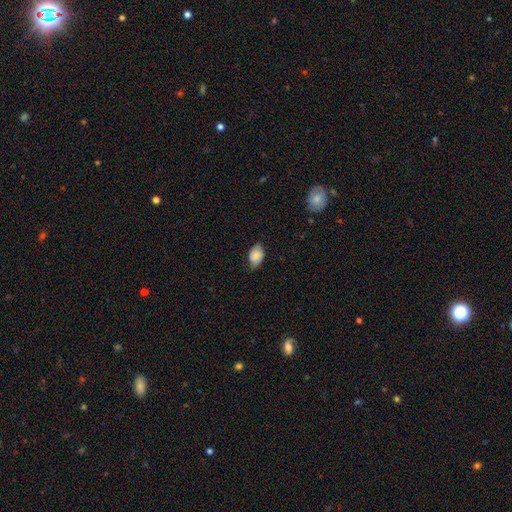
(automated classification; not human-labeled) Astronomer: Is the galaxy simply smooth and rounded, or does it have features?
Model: smooth — 80%.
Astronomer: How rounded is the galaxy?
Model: in between — 86%.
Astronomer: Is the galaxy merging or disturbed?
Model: none — 62%.